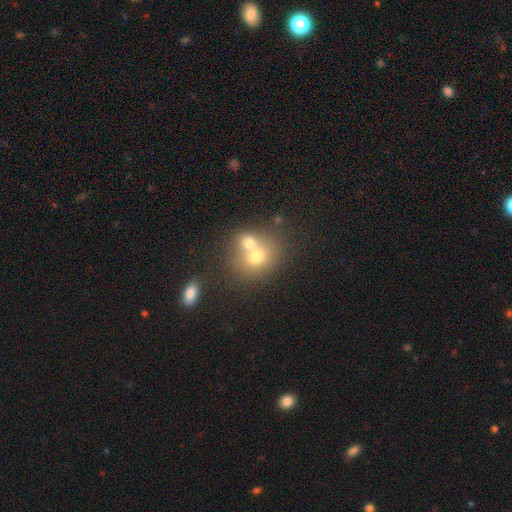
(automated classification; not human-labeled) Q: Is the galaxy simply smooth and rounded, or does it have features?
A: smooth — 66%.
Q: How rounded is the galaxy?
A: round — 69%.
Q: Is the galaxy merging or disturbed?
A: merger — 60%.